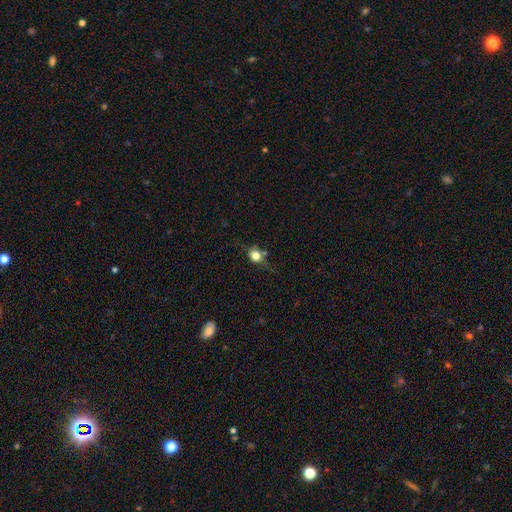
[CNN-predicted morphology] A smooth galaxy with no disk features (65%) that is round (77%).

Vote fractions:
- Smooth or featured? smooth: 65% / featured or disk: 20% / star or artifact: 15%
- How rounded? round: 77% / in between: 20% / cigar-shaped: 3%
- Merging? none: 62% / minor disturbance: 20% / major disturbance: 10% / merger: 8%